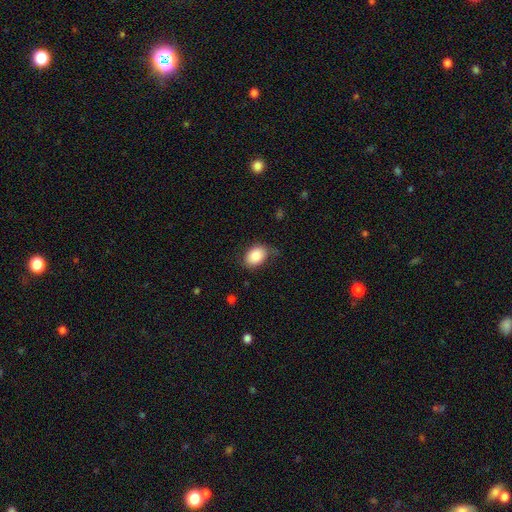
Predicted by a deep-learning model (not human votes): Morphology: type=smooth (83%); roundness=in between (80%); merging=none (65%).